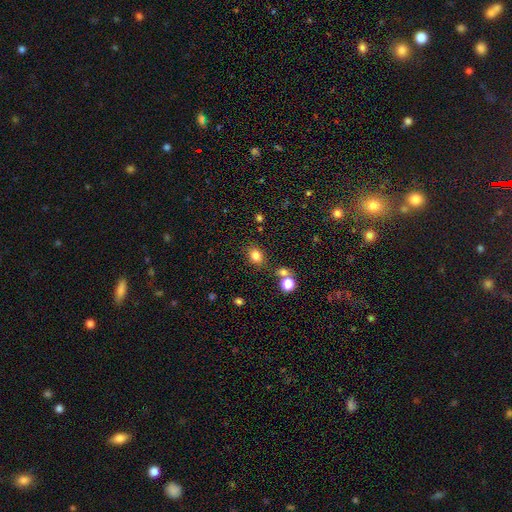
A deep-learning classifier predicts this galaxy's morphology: type=smooth (80%); roundness=in between (53%); merging=none (78%).